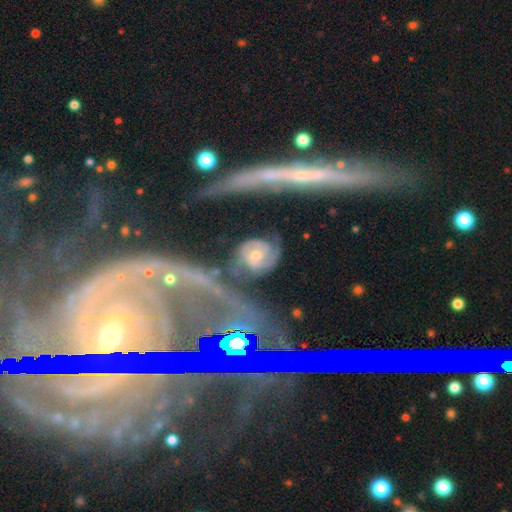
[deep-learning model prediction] A featured or disk galaxy (81%) with no bar (60%), 2 (63%) tight (54%) spiral arms (94%) and a moderate central bulge (63%).

Vote fractions:
- Smooth or featured? featured or disk: 81% / smooth: 13% / star or artifact: 6%
- Edge-on disk? no: 97% / yes: 3%
- Bar? no: 60% / weak: 31% / strong: 9%
- Spiral arms? yes: 94% / no: 6%
- Spiral winding? tight: 54% / medium: 36% / loose: 10%
- Spiral arm count? 2: 63% / can't tell: 15% / 3: 11% / 1: 4% / 4: 3% / more than 4: 3%
- Bulge size? moderate: 63% / small: 29% / large: 5% / none: 2% / dominant: 1%
- Merging? none: 46% / minor disturbance: 22% / major disturbance: 17% / merger: 15%